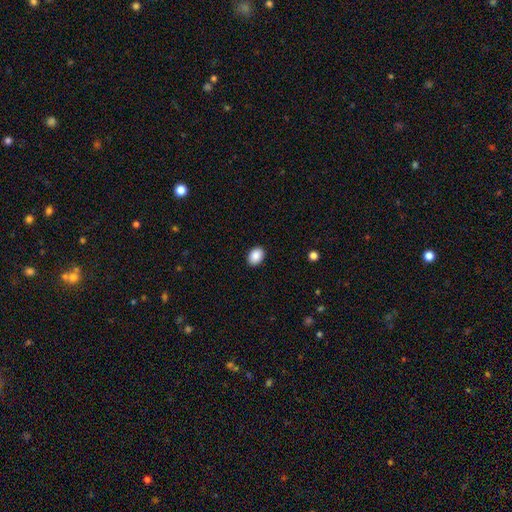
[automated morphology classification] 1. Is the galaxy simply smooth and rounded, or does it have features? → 89% smooth, 8% star or artifact, 3% featured or disk.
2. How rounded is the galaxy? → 76% in between, 23% round, 1% cigar-shaped.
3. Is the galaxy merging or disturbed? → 90% none, 7% minor disturbance, 2% major disturbance, 1% merger.